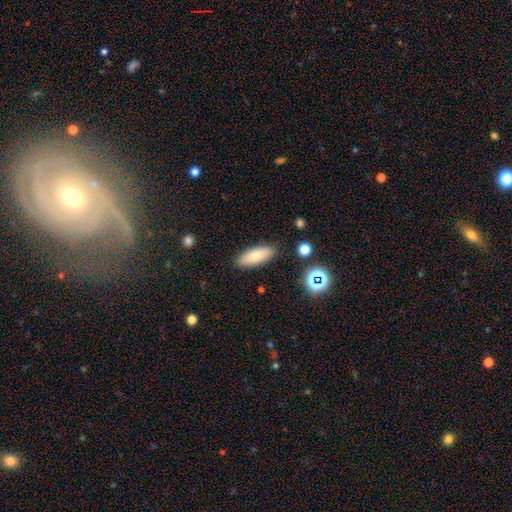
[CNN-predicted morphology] Smooth or featured? smooth (78%)
How rounded? in between (70%)
Merging? none (87%)